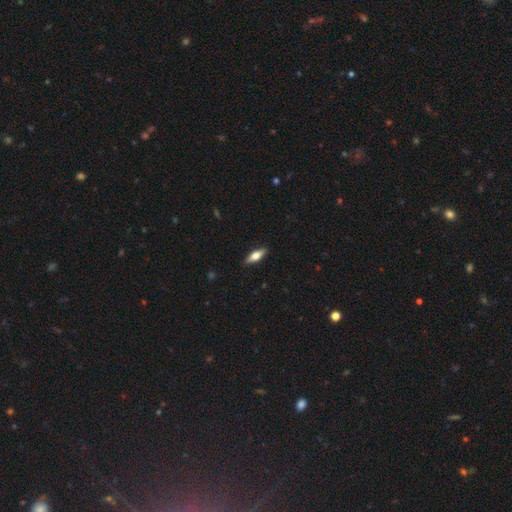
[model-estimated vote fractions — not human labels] Overall: smooth (61%; featured or disk 32%). How rounded: in between (60%; cigar-shaped 37%). Merging: none (89%).